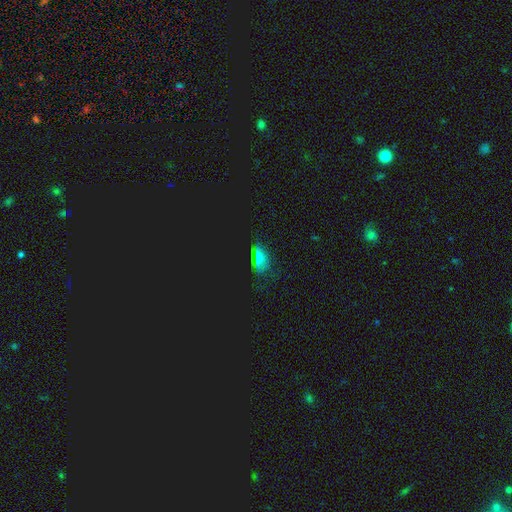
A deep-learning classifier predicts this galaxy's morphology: Smooth or featured? star or artifact (51%)